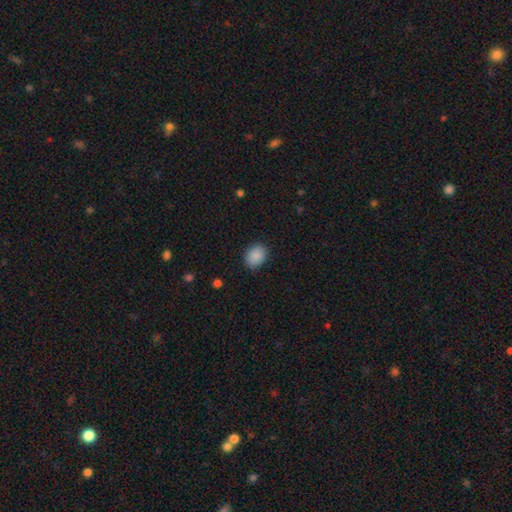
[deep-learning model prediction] Smooth or featured? smooth (89%)
How rounded? in between (56%)
Merging? none (88%)